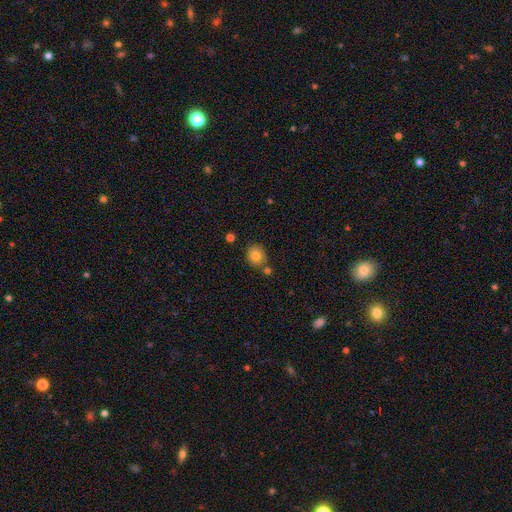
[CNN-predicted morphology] Smooth or featured? Predicted: smooth (p=0.81). How rounded? Predicted: round (p=0.75). Merging? Predicted: none (p=0.71).